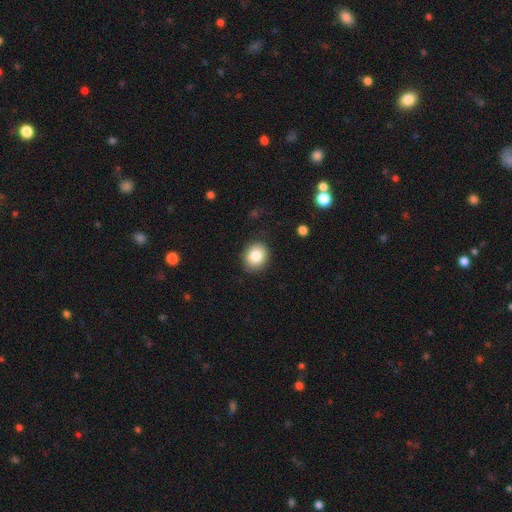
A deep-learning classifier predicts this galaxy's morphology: Smooth or featured? smooth (84%)
How rounded? round (66%)
Merging? none (86%)